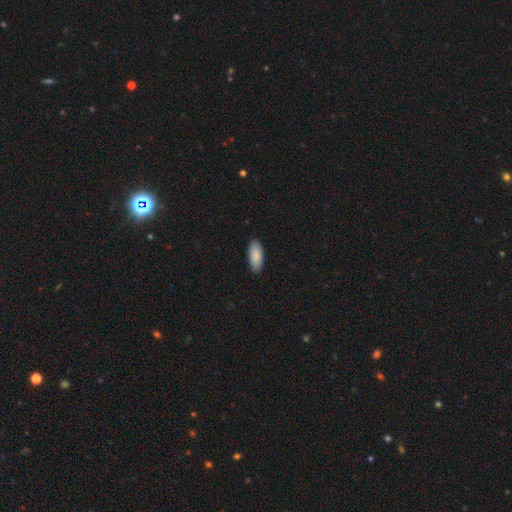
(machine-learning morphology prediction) smooth-or-featured: smooth: 88% | featured or disk: 6% | star or artifact: 5%
  how-rounded: in between: 87% | cigar-shaped: 12% | round: 2%
  merging: none: 89% | minor disturbance: 9% | major disturbance: 2% | merger: 1%